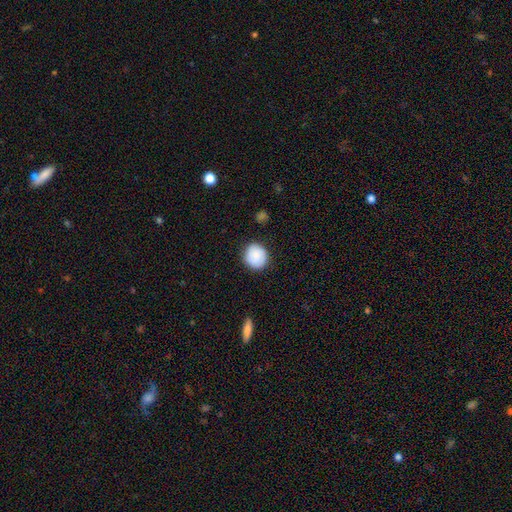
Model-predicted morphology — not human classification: This is clearly a smooth galaxy (85%). How rounded: clearly round (85%). Merging: clearly none (85%).